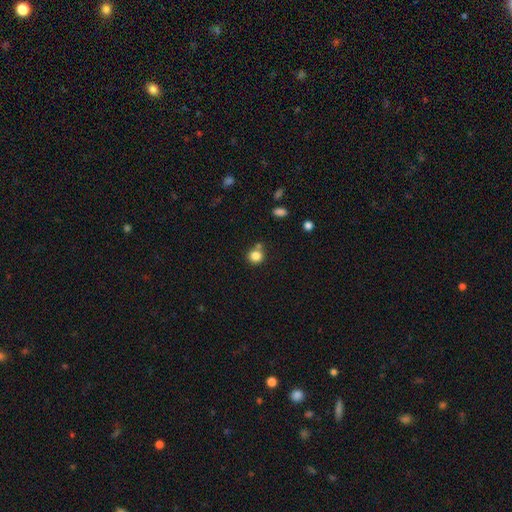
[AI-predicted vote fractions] smooth 83%, star or artifact 11%, featured or disk 6%. Down the decision tree: how rounded — round (89%); merging — none (68%).